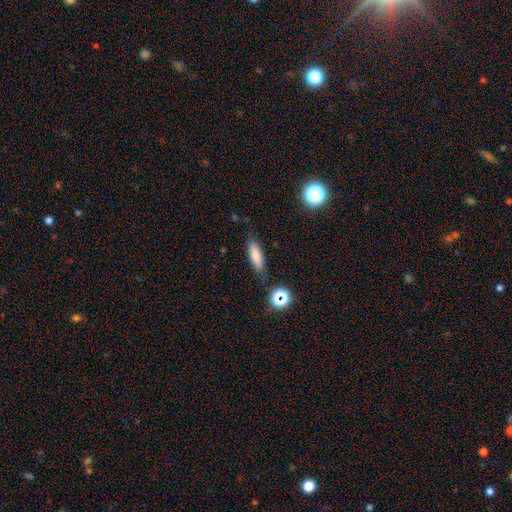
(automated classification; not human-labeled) Smooth or featured?
  - smooth: 80% *
  - star or artifact: 10%
  - featured or disk: 10%
How rounded?
  - in between: 49% *
  - cigar-shaped: 47%
  - round: 3%
Merging?
  - none: 78% *
  - minor disturbance: 14%
  - major disturbance: 4%
  - merger: 3%